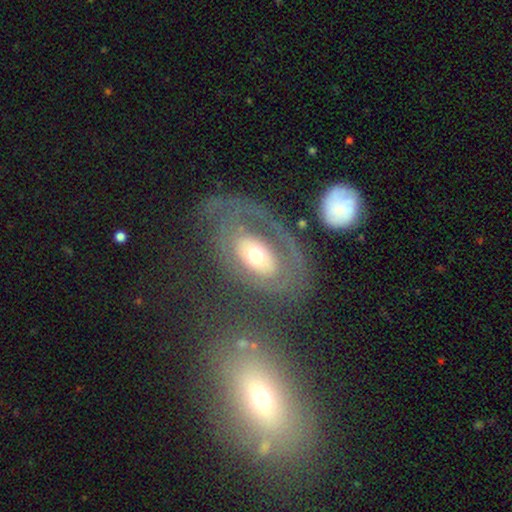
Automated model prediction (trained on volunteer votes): Q: Smooth or featured?
A: featured or disk (67%); runner-up: smooth (25%)
Q: Edge-on disk?
A: no (94%); runner-up: yes (6%)
Q: Bar?
A: no (80%); runner-up: weak (13%)
Q: Spiral arms?
A: no (51%); runner-up: yes (49%)
Q: Bulge size?
A: moderate (62%); runner-up: small (22%)
Q: Merging?
A: none (53%); runner-up: major disturbance (27%)